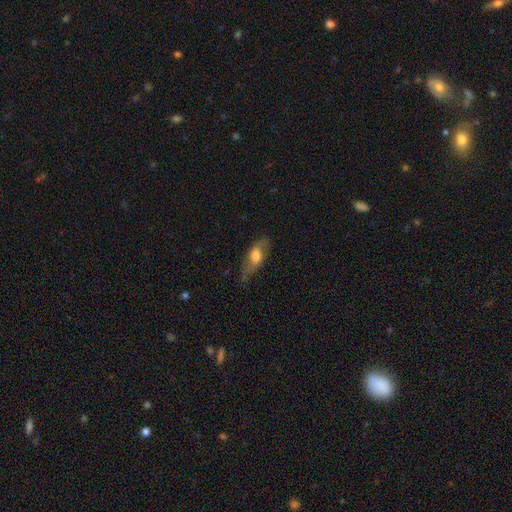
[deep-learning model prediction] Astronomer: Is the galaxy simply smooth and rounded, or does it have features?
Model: smooth — 50% (runner-up: featured or disk, 43%).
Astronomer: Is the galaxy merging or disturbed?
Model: none — 60%.